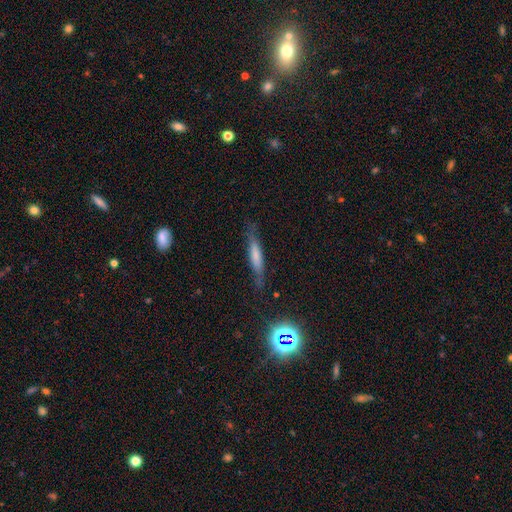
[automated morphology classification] smooth_or_featured: smooth (p=0.60) [alt: featured or disk p=0.31]
how_rounded: cigar-shaped (p=0.85) [alt: in between p=0.13]
merging: none (p=0.74) [alt: minor disturbance p=0.19]